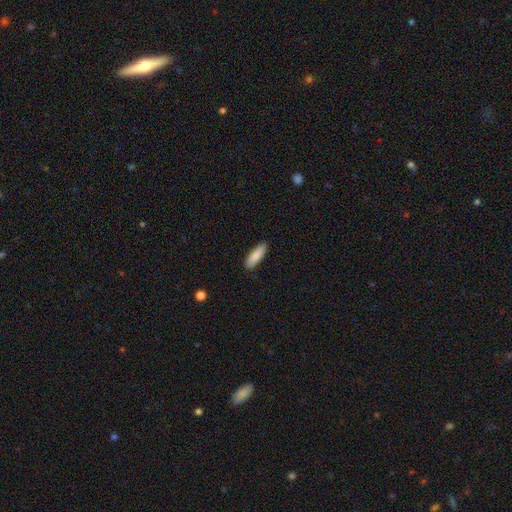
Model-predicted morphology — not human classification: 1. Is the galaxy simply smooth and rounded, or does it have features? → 88% smooth, 6% featured or disk, 6% star or artifact.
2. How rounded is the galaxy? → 51% in between, 47% cigar-shaped, 1% round.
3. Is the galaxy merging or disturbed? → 87% none, 10% minor disturbance, 2% major disturbance, 1% merger.